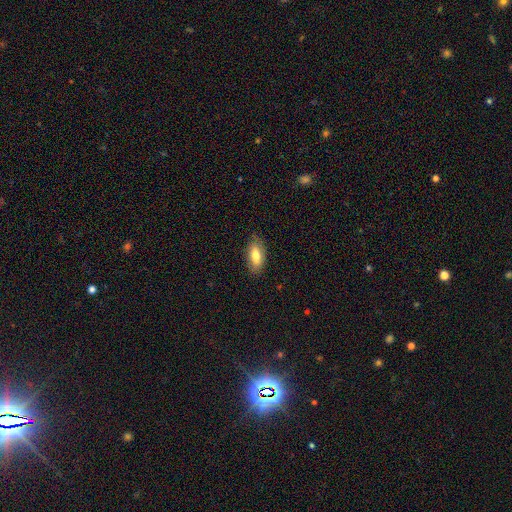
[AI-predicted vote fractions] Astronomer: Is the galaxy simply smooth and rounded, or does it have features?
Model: smooth — 74%.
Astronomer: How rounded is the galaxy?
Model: in between — 88%.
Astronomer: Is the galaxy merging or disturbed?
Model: none — 82%.